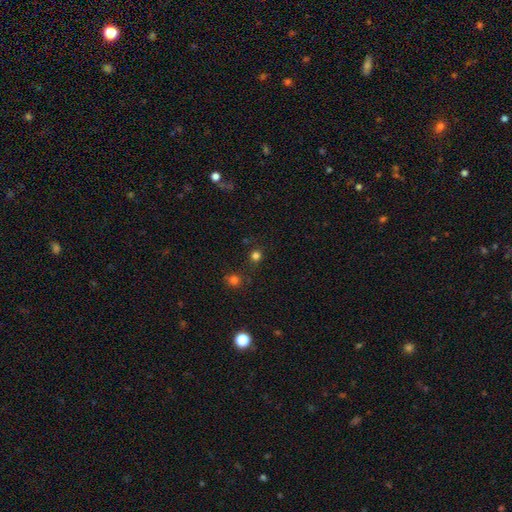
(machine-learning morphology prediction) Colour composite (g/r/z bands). It shows a smooth galaxy with no disk features (75%) that is round (90%). Merging: none (82%).